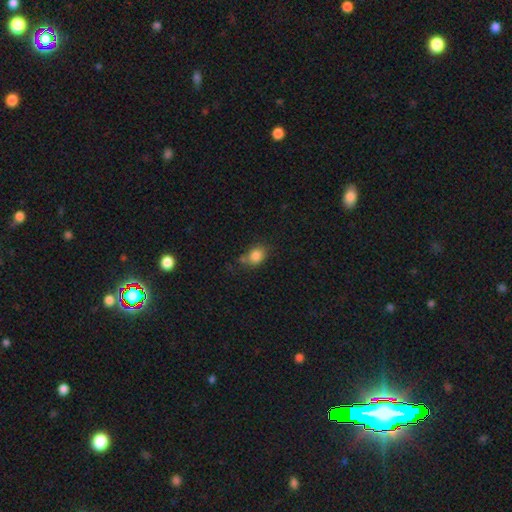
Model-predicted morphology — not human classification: Smooth or featured: smooth — 83% (star or artifact — 10%)
How rounded: in between — 55% (round — 44%)
Merging: none — 61% (minor disturbance — 21%)